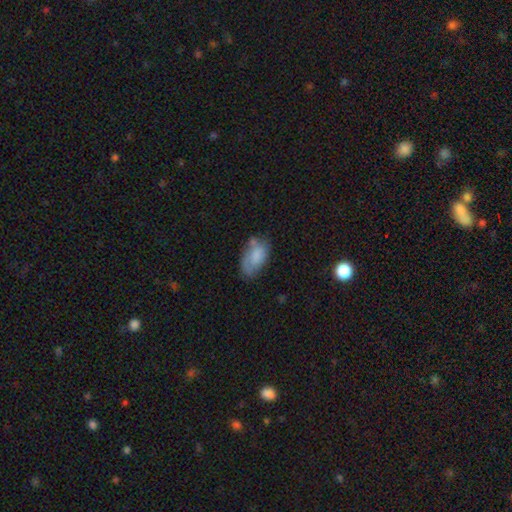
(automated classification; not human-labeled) Overall: smooth (72%). How rounded: in between (93%). Merging: none (51%; minor disturbance 29%).